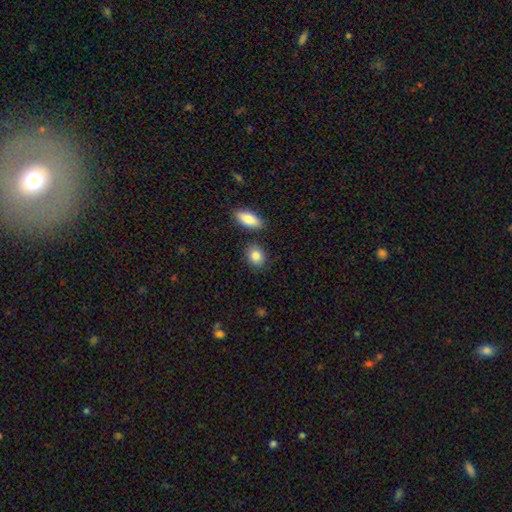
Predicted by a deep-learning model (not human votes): smooth 87%, star or artifact 7%, featured or disk 6%. Down the decision tree: how rounded — in between (52%); merging — none (81%).